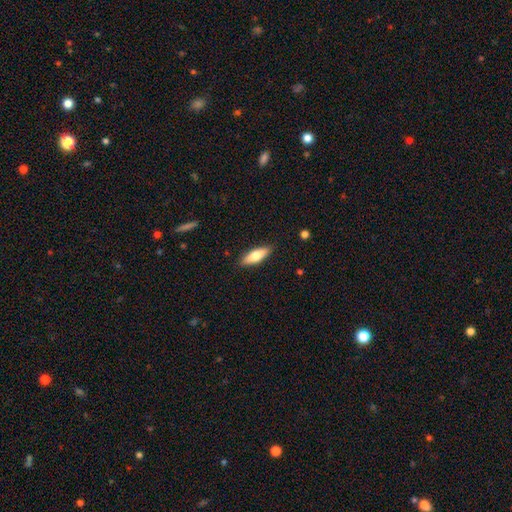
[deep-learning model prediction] smooth 69%, featured or disk 26%, star or artifact 6%. Down the decision tree: how rounded — in between (50%); merging — none (89%).